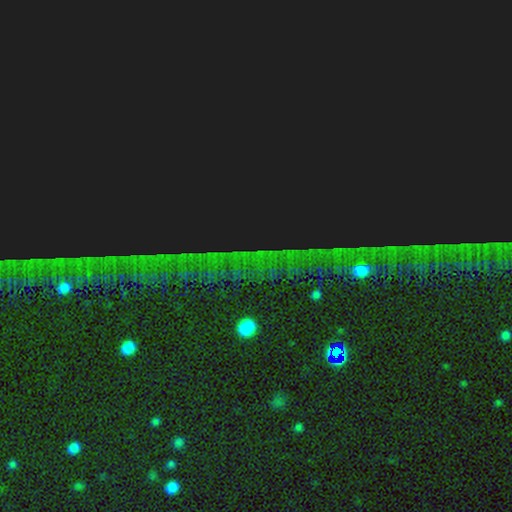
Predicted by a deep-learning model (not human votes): A star or artifact, not a galaxy (86%).

Vote fractions:
- Smooth or featured? star or artifact: 86% / smooth: 8% / featured or disk: 7%